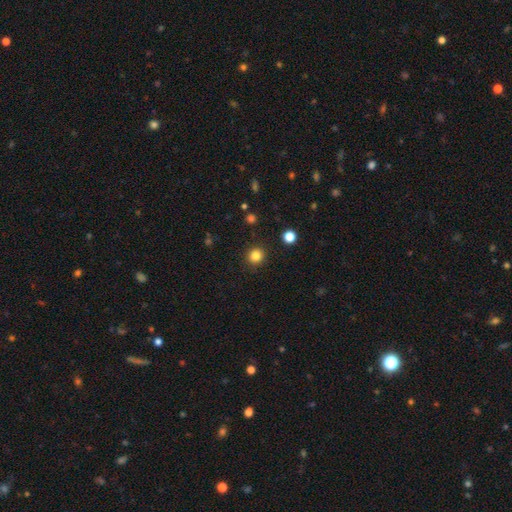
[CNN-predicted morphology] Smooth or featured? smooth (83%)
How rounded? round (92%)
Merging? none (92%)